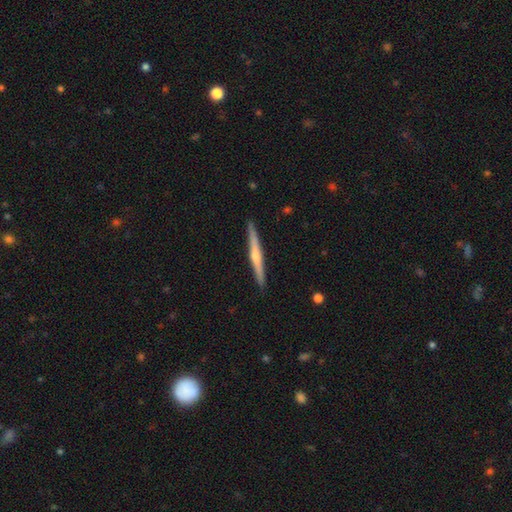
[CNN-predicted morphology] Overall: featured or disk (65%; smooth 30%). Edge-on disk: yes (98%). Edge-on bulge: rounded (69%). Merging: none (92%).